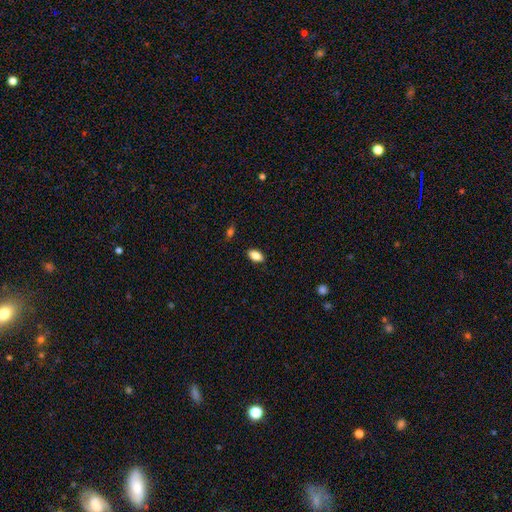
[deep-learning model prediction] A smooth galaxy with no disk features (86%) that is in between round and cigar-shaped (90%).

Vote fractions:
- Smooth or featured? smooth: 86% / star or artifact: 8% / featured or disk: 6%
- How rounded? in between: 90% / round: 6% / cigar-shaped: 3%
- Merging? none: 87% / minor disturbance: 10% / major disturbance: 2% / merger: 1%